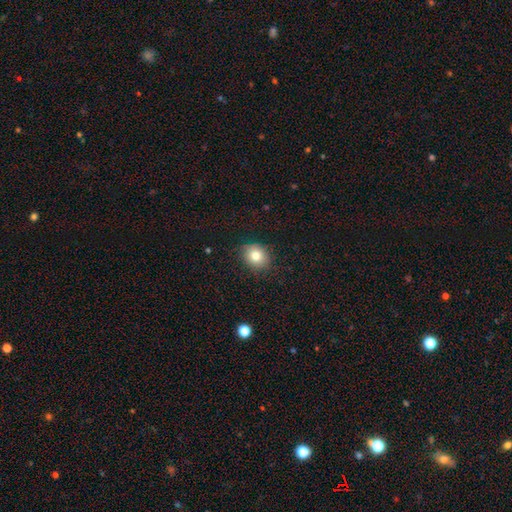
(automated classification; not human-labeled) The model was most divided on "how rounded": round: 66%, in between: 33%, cigar-shaped: 1%. More confident: merging — none (83%); smooth or featured — smooth (79%).